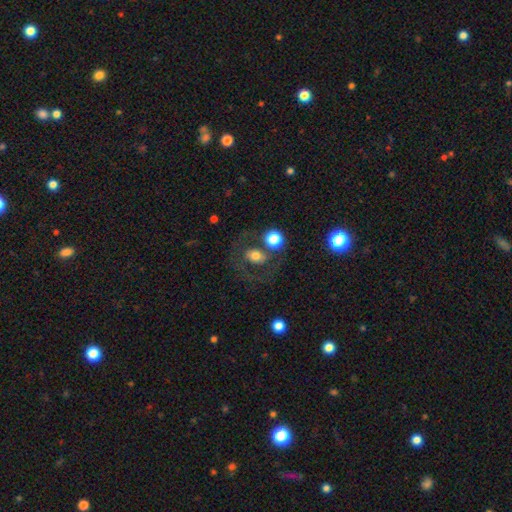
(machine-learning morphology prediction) Overall: smooth (56%; featured or disk 33%). How rounded: round (54%; in between 45%). Merging: none (54%; merger 19%).